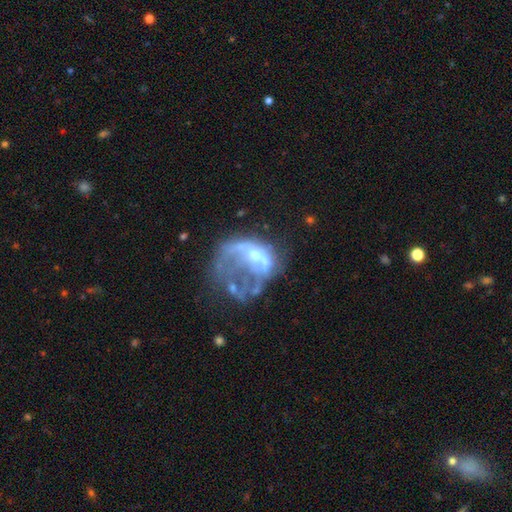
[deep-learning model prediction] This appears to be a featured or disk galaxy (64%) with no bar (75%), no spiral arms (81%) and no central bulge (32%, tied with moderate). Merging: major disturbance (48%).